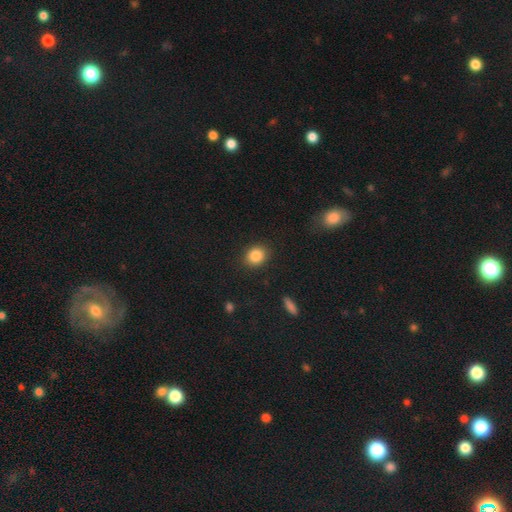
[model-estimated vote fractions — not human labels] The model was most divided on "how rounded": round: 56%, in between: 43%, cigar-shaped: 1%. More confident: merging — none (88%); smooth or featured — smooth (85%).